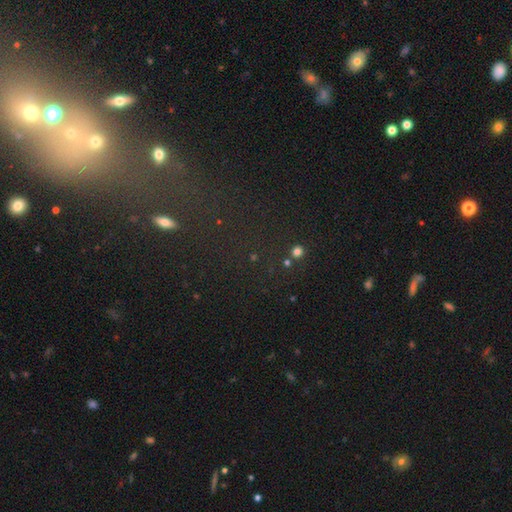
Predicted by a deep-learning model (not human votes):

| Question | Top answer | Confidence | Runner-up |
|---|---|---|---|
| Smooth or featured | star or artifact | 62% | smooth (23%) |